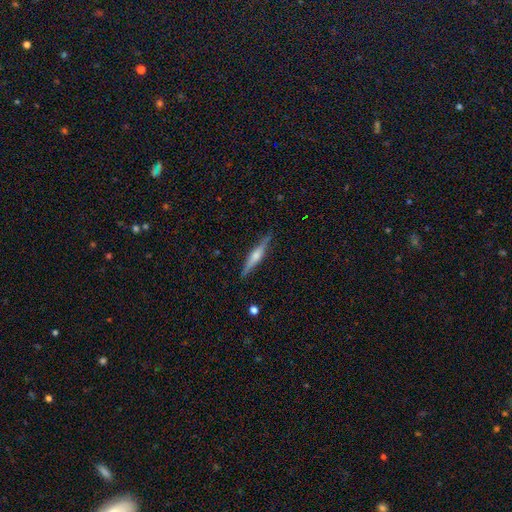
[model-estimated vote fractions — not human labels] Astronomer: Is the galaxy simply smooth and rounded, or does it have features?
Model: featured or disk — 70%.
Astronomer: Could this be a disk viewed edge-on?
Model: yes — 98%.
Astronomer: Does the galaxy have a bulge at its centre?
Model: rounded — 78%.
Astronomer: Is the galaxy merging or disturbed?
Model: none — 89%.